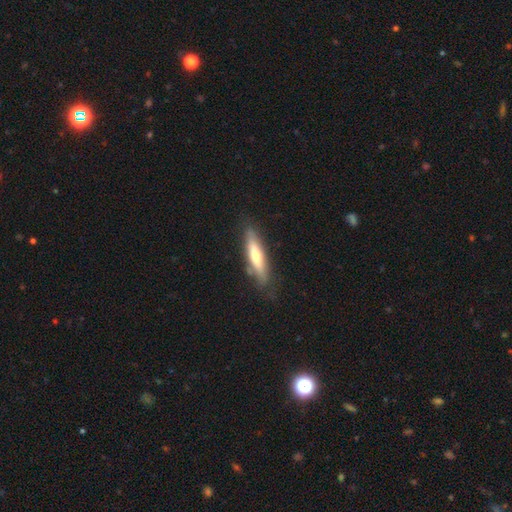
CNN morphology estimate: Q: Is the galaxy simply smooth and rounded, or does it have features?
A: smooth — 52%.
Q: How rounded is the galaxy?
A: cigar-shaped — 78%.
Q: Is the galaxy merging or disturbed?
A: none — 78%.